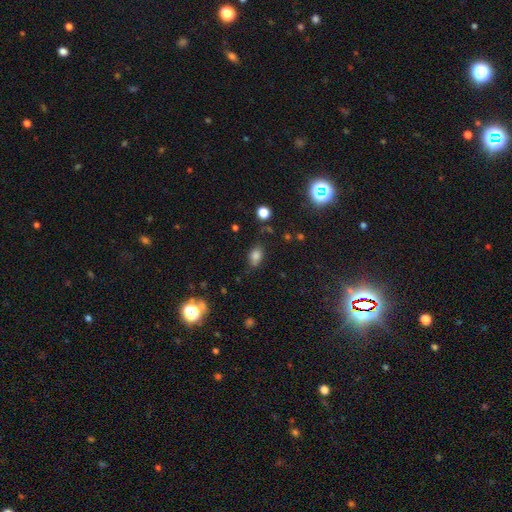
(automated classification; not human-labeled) Smooth or featured?
  - smooth: 78% *
  - star or artifact: 14%
  - featured or disk: 8%
How rounded?
  - in between: 81% *
  - round: 16%
  - cigar-shaped: 2%
Merging?
  - none: 71% *
  - minor disturbance: 21%
  - major disturbance: 6%
  - merger: 2%